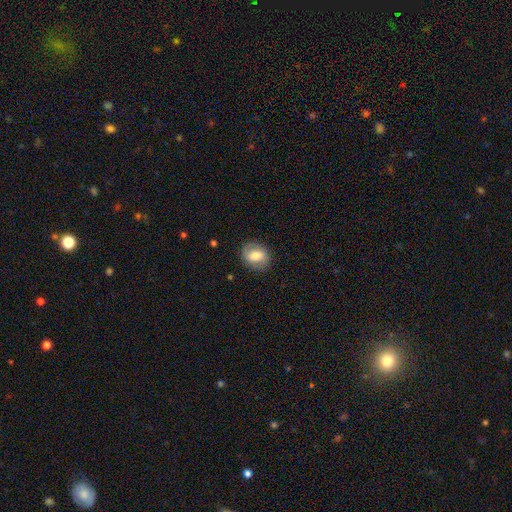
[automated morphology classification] Smooth or featured?
  - smooth: 63% *
  - featured or disk: 29%
  - star or artifact: 8%
How rounded?
  - round: 58% *
  - in between: 41%
  - cigar-shaped: 1%
Merging?
  - none: 82% *
  - minor disturbance: 12%
  - major disturbance: 4%
  - merger: 1%